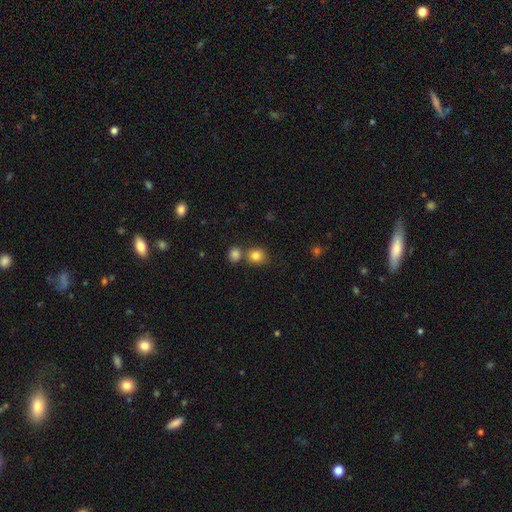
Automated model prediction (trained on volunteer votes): Q: Smooth or featured?
A: smooth (83%); runner-up: star or artifact (11%)
Q: How rounded?
A: round (79%); runner-up: in between (20%)
Q: Merging?
A: none (62%); runner-up: merger (25%)